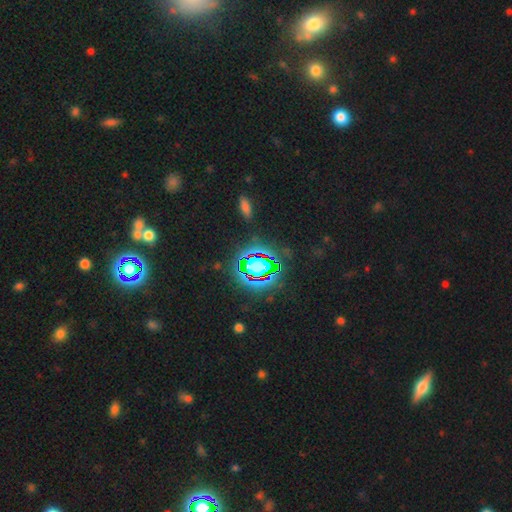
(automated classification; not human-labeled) A star or artifact, not a galaxy (81%).

Vote fractions:
- Smooth or featured? star or artifact: 81% / smooth: 12% / featured or disk: 7%